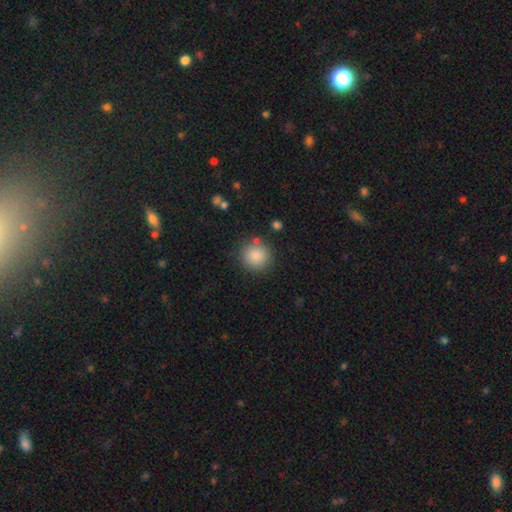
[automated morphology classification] A smooth galaxy with no disk features (86%) that is round (92%).

Vote fractions:
- Smooth or featured? smooth: 86% / star or artifact: 8% / featured or disk: 5%
- How rounded? round: 92% / in between: 7% / cigar-shaped: 1%
- Merging? none: 83% / minor disturbance: 10% / merger: 4% / major disturbance: 3%